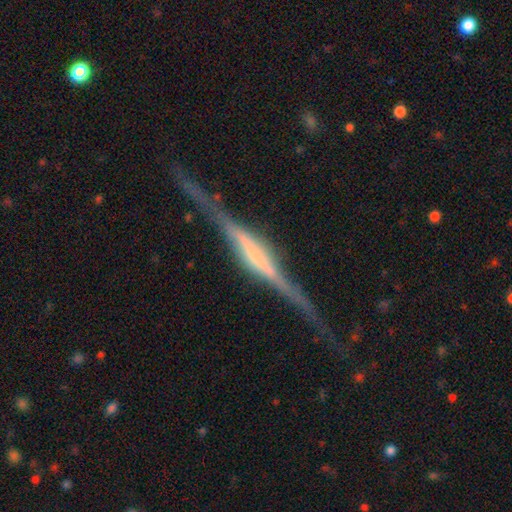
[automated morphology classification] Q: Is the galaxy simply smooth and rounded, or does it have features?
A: featured or disk — 86%.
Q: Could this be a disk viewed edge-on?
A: yes — 97%.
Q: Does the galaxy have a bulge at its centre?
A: boxy — 50%.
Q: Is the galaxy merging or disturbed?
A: none — 79%.